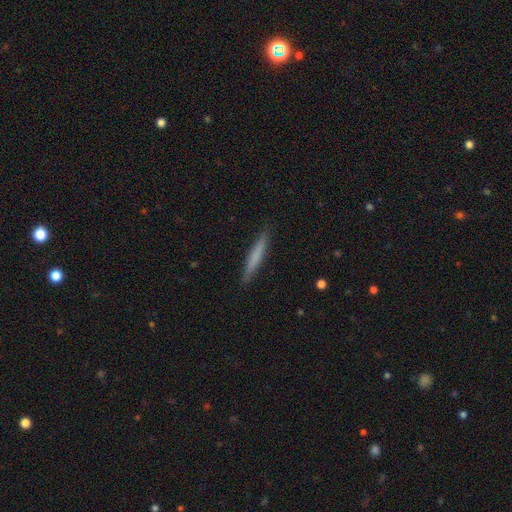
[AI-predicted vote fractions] Smooth or featured? Predicted: smooth (p=0.69). How rounded? Predicted: cigar-shaped (p=0.95). Merging? Predicted: none (p=0.90).